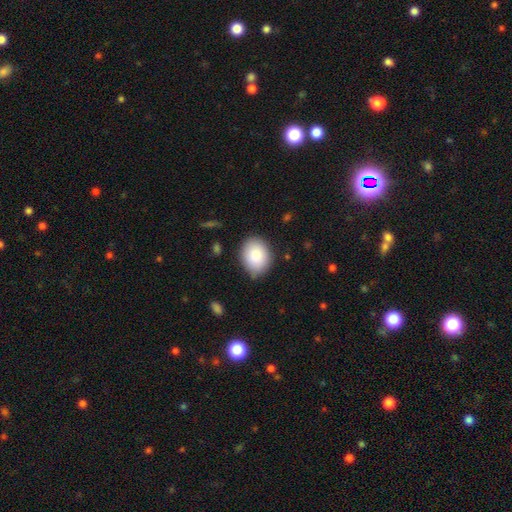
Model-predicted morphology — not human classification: The model was most divided on "how rounded": in between: 58%, round: 41%, cigar-shaped: 1%. More confident: smooth or featured — smooth (85%); merging — none (80%).